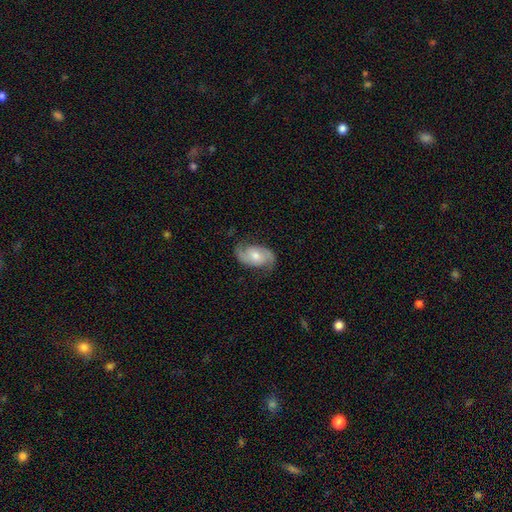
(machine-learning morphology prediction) Overall: featured or disk (79%). Edge-on disk: no (97%). Bar: no (56%; weak 35%). Spiral arms: yes (94%). Spiral arm count: 2 (92%). Spiral winding: medium (45%; loose 37%). Bulge size: moderate (61%; small 29%). Merging: none (76%).